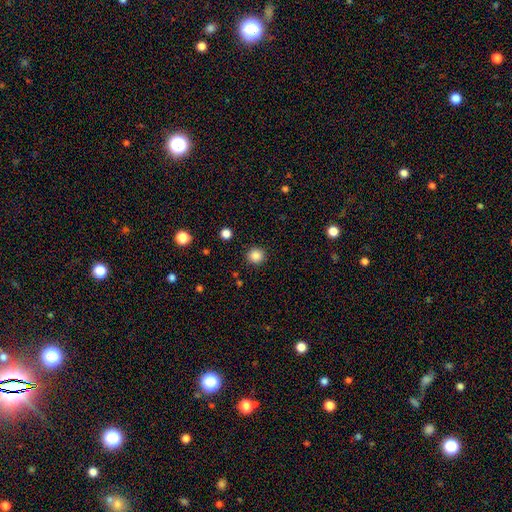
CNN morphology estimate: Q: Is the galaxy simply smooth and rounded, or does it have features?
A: smooth — 86%.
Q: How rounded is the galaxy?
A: round — 93%.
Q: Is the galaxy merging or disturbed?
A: none — 91%.